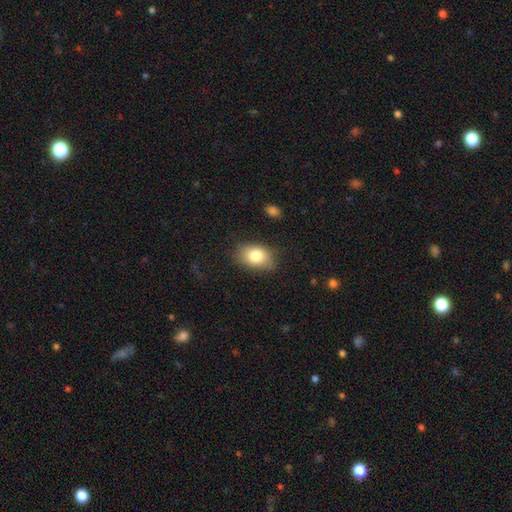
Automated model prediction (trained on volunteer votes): Smooth or featured: smooth — 80% (featured or disk — 11%)
How rounded: in between — 84% (round — 15%)
Merging: none — 80% (minor disturbance — 15%)